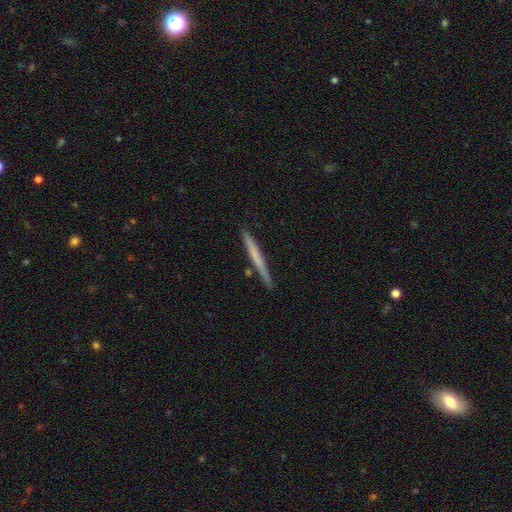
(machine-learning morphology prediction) smooth_or_featured: smooth (p=0.54) [alt: featured or disk p=0.41]
how_rounded: cigar-shaped (p=0.97) [alt: in between p=0.02]
merging: none (p=0.88) [alt: minor disturbance p=0.08]